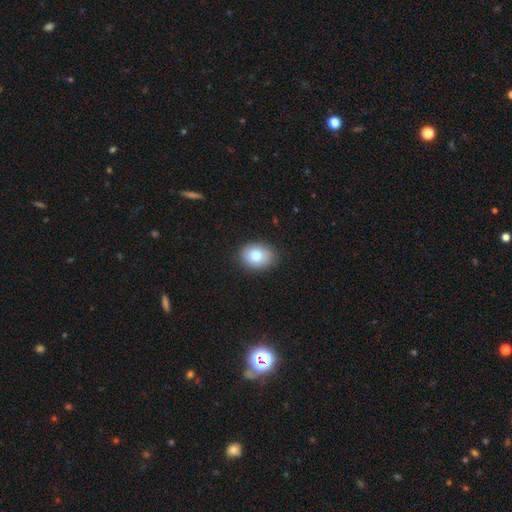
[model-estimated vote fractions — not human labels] Smooth or featured? Predicted: smooth (p=0.80). How rounded? Predicted: in between (p=0.61). Merging? Predicted: none (p=0.85).